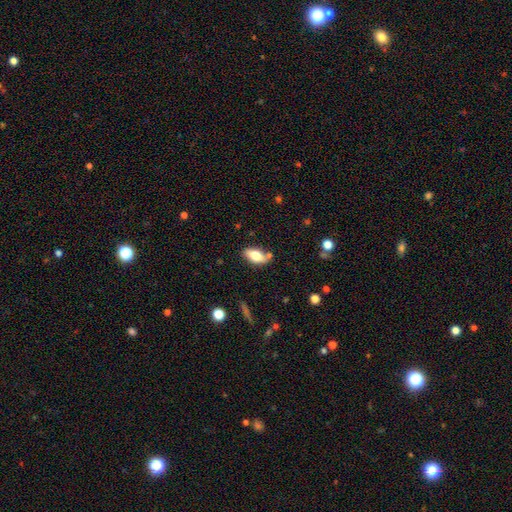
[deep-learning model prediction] smooth 71%, featured or disk 22%, star or artifact 7%. Down the decision tree: how rounded — in between (88%); merging — none (75%).